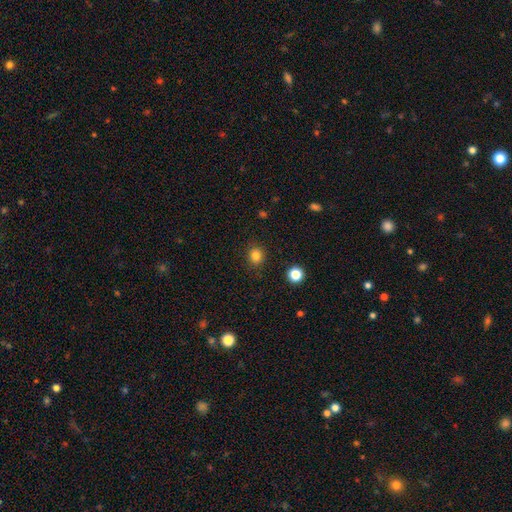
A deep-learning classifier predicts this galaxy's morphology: A smooth galaxy with no disk features (83%) that is round (81%). Merging: none (89%).